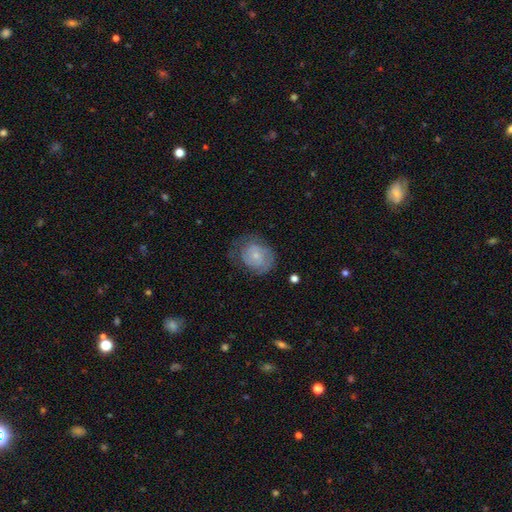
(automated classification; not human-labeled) Overall: featured or disk (56%; smooth 36%). Edge-on disk: no (97%). Bar: no (80%). Spiral arms: yes (78%). Bulge size: small (74%). Merging: none (56%; minor disturbance 26%).